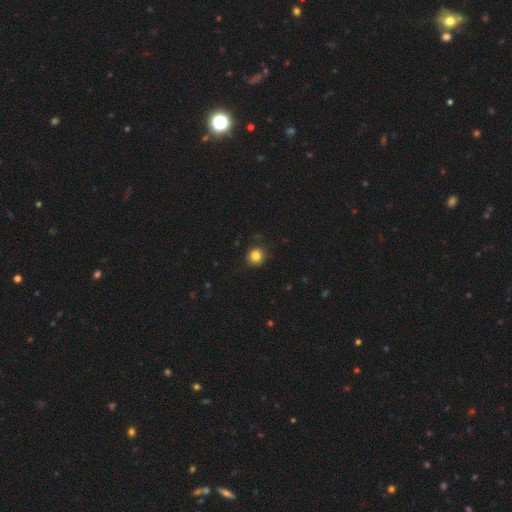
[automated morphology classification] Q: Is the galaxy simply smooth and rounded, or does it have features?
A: smooth — 85%.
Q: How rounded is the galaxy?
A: round — 84%.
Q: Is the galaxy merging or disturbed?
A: none — 81%.